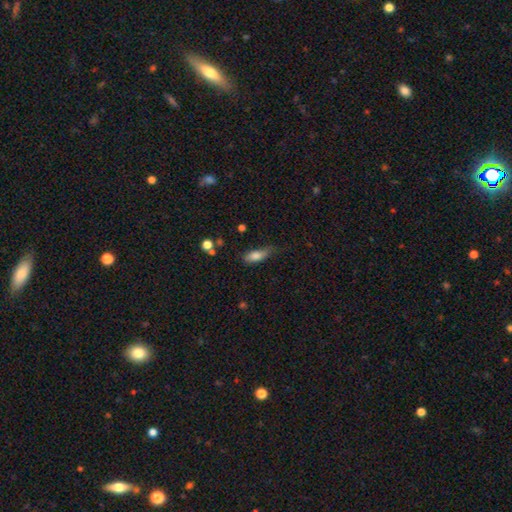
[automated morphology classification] The model was most divided on "merging": none: 45%, minor disturbance: 37%, major disturbance: 15%, merger: 3%. More confident: smooth or featured — smooth (79%); how rounded — in between (73%).